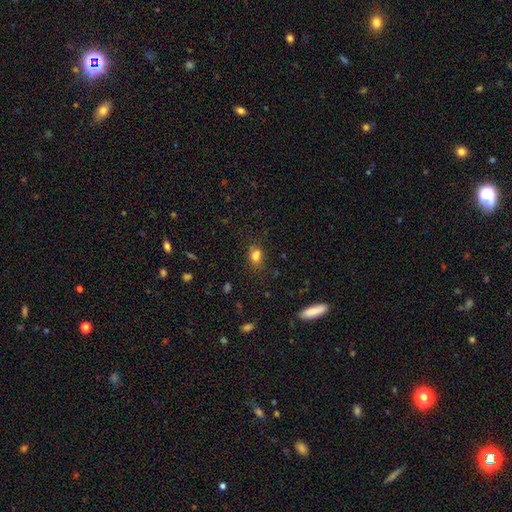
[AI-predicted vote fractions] smooth 77%, star or artifact 15%, featured or disk 8%. Down the decision tree: how rounded — in between (68%); merging — none (65%).